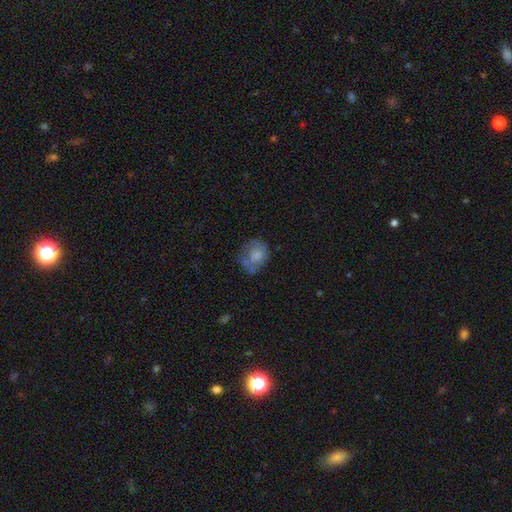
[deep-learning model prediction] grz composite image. It shows a smooth galaxy with no disk features (66%) that is round (57%). Merging: none (47%).